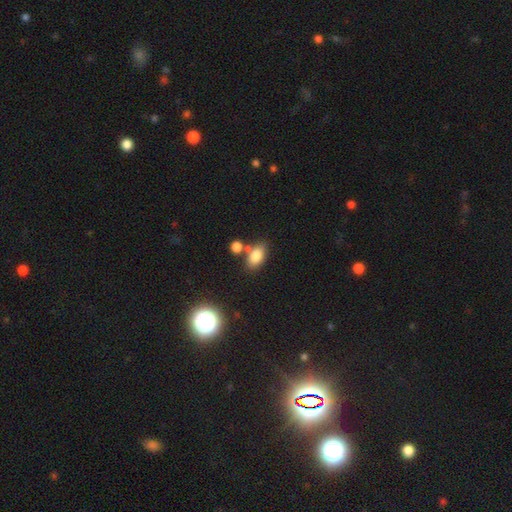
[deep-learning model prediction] smooth_or_featured: smooth (p=0.80) [alt: star or artifact p=0.11]
how_rounded: in between (p=0.84) [alt: round p=0.13]
merging: none (p=0.64) [alt: merger p=0.20]